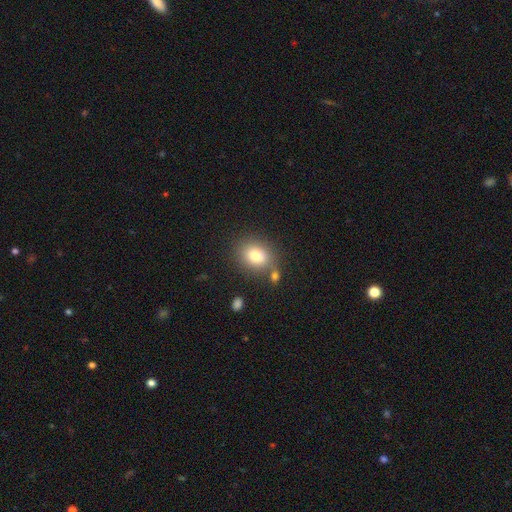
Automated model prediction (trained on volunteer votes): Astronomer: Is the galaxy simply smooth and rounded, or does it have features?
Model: smooth — 80%.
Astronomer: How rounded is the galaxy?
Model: round — 53% (runner-up: in between, 46%).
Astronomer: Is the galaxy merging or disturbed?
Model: none — 69%.